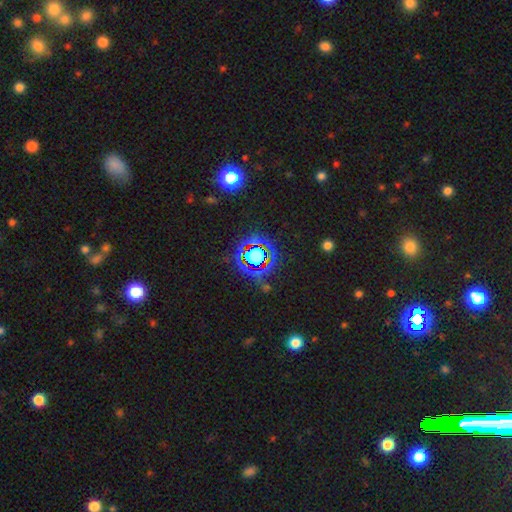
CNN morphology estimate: A star or artifact, not a galaxy (70%).